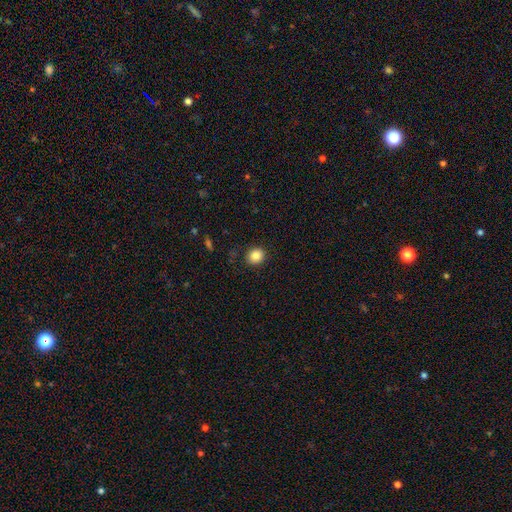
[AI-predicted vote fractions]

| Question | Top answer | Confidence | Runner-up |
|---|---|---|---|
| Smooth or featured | smooth | 85% | star or artifact (10%) |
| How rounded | round | 80% | in between (19%) |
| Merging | none | 88% | minor disturbance (8%) |